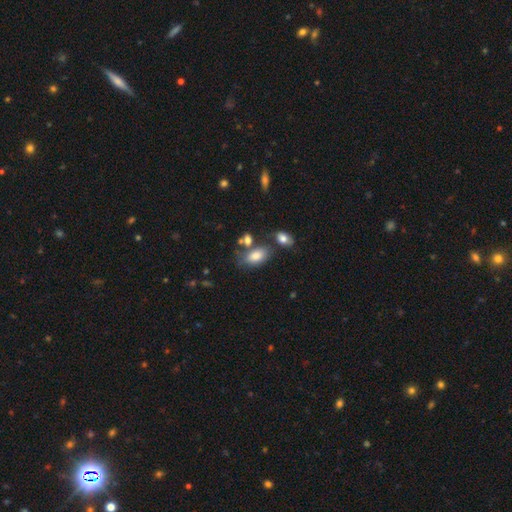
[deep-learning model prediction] smooth 81%, featured or disk 11%, star or artifact 8%. Down the decision tree: how rounded — in between (91%); merging — none (57%).